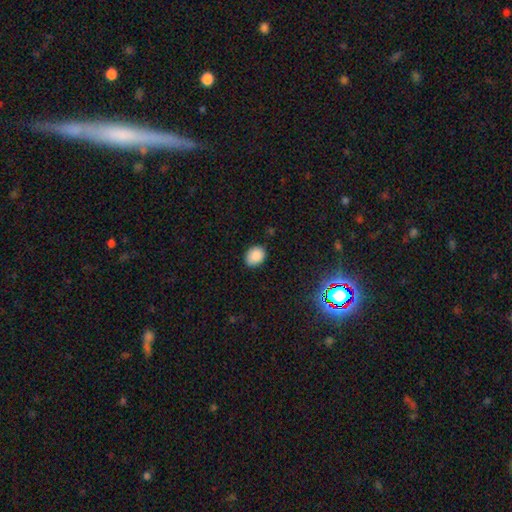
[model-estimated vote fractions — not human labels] A smooth galaxy with no disk features (87%) that is in between round and cigar-shaped (56%).

Vote fractions:
- Smooth or featured? smooth: 87% / star or artifact: 9% / featured or disk: 4%
- How rounded? in between: 56% / round: 43% / cigar-shaped: 1%
- Merging? none: 84% / minor disturbance: 12% / major disturbance: 2% / merger: 1%